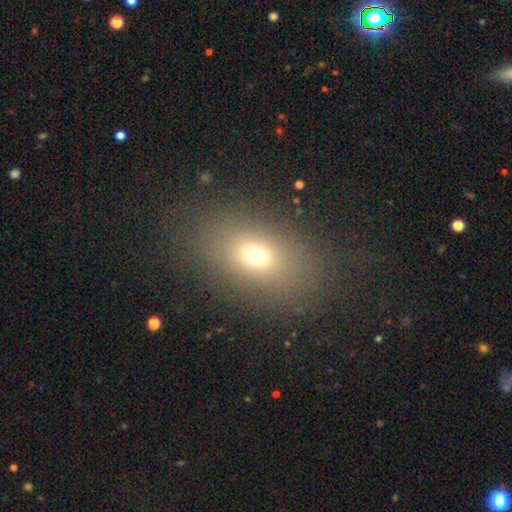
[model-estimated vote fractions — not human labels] smooth_or_featured: smooth (p=0.67) [alt: star or artifact p=0.19]
how_rounded: in between (p=0.74) [alt: round p=0.24]
merging: none (p=0.82) [alt: minor disturbance p=0.10]